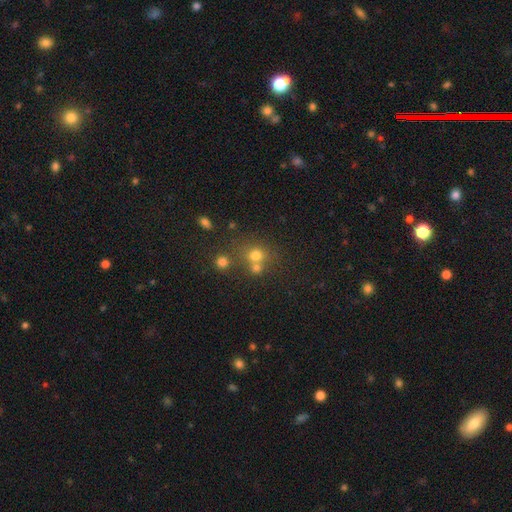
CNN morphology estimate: Smooth or featured? smooth (71%)
How rounded? round (79%)
Merging? none (50%)